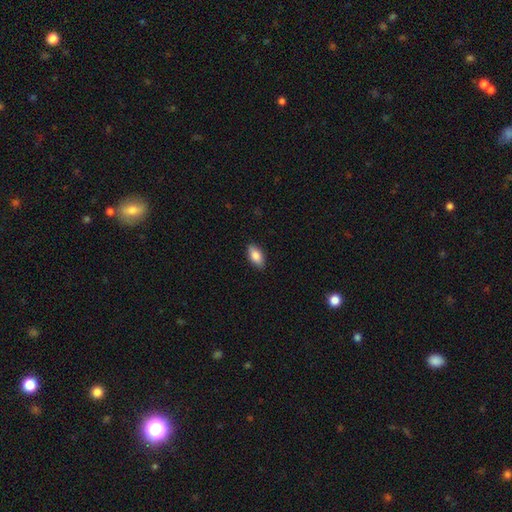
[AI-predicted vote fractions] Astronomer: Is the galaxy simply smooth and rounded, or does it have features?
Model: smooth — 82%.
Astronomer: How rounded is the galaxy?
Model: in between — 88%.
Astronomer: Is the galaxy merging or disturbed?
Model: none — 88%.